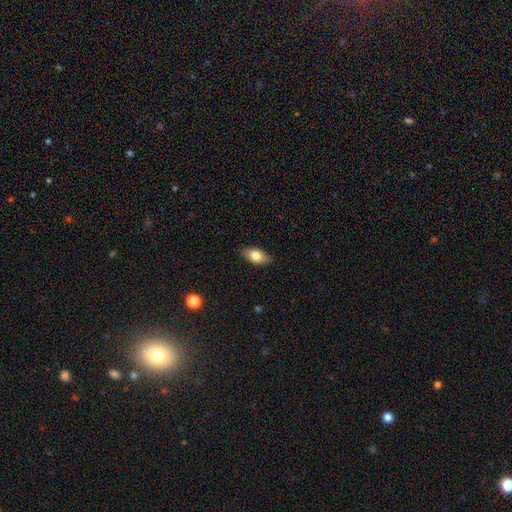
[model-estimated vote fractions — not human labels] Smooth or featured?
  - smooth: 78% *
  - featured or disk: 16%
  - star or artifact: 7%
How rounded?
  - in between: 88% *
  - round: 6%
  - cigar-shaped: 6%
Merging?
  - none: 86% *
  - minor disturbance: 11%
  - major disturbance: 2%
  - merger: 1%